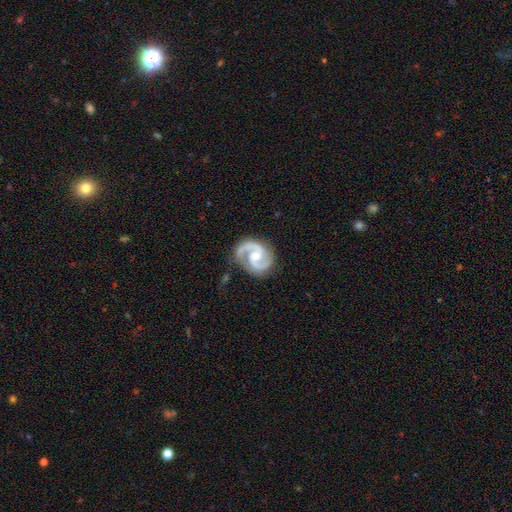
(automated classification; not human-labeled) A featured or disk galaxy (93%) with no bar (45%), 2 (94%) medium (62%) spiral arms (98%) and a moderate central bulge (57%). Merging: none (80%).